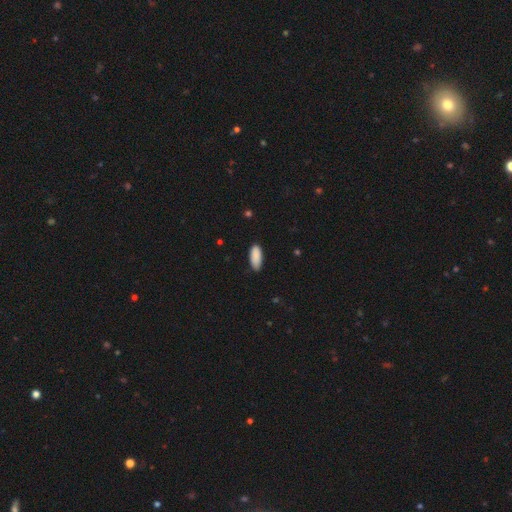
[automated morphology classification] This is clearly a smooth galaxy (90%). How rounded: clearly in between (81%). Merging: clearly none (82%).